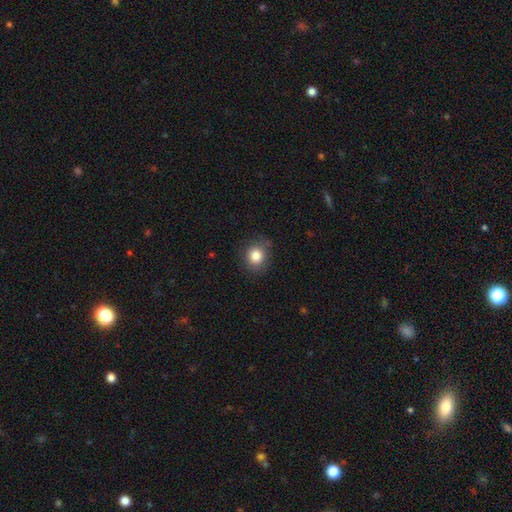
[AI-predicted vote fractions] This is clearly a smooth galaxy (84%). How rounded: likely round (77%). Merging: clearly none (82%).